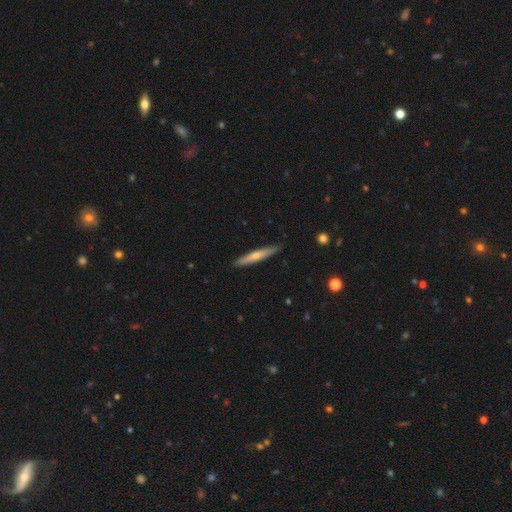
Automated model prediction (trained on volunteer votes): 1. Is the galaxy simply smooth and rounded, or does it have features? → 55% smooth, 40% featured or disk, 5% star or artifact.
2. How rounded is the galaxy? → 94% cigar-shaped, 5% in between, 1% round.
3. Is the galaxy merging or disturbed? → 89% none, 9% minor disturbance, 1% major disturbance, 1% merger.